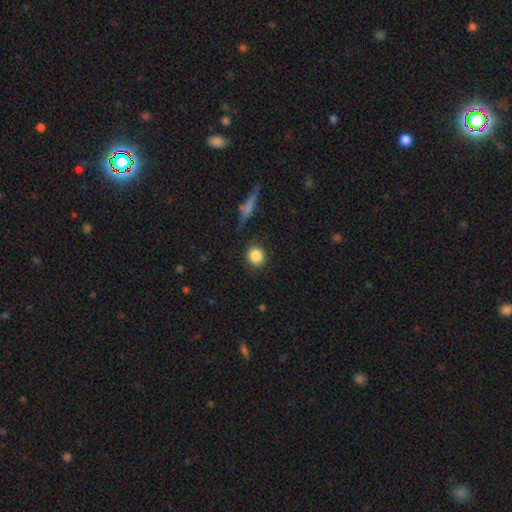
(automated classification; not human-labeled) A smooth galaxy with no disk features (85%) that is round (85%). Merging: none (88%).